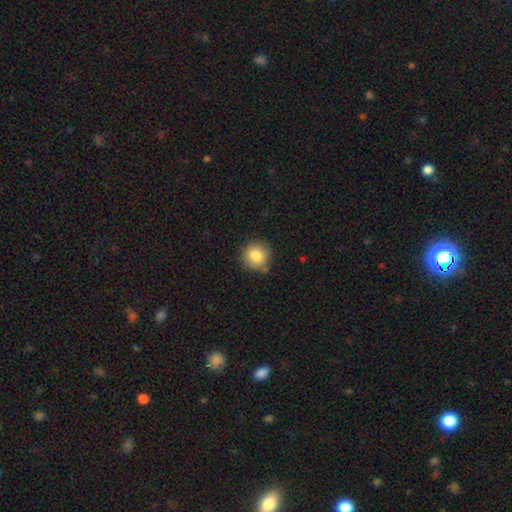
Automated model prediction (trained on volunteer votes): smooth_or_featured: smooth (p=0.84) [alt: star or artifact p=0.09]
how_rounded: round (p=0.94) [alt: in between p=0.05]
merging: none (p=0.80) [alt: minor disturbance p=0.13]